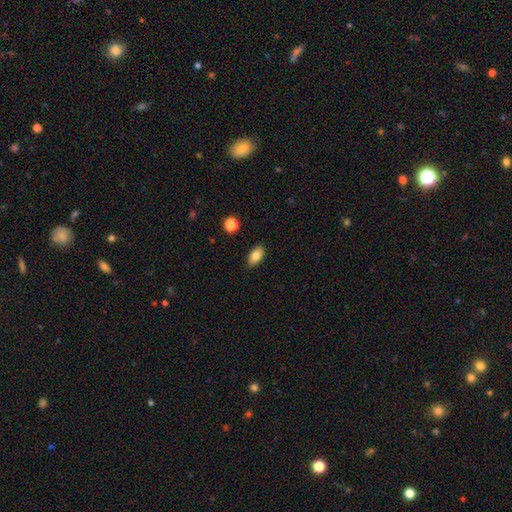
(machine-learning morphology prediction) Q: Smooth or featured?
A: smooth (81%); runner-up: featured or disk (11%)
Q: How rounded?
A: in between (91%); runner-up: round (5%)
Q: Merging?
A: none (87%); runner-up: minor disturbance (9%)